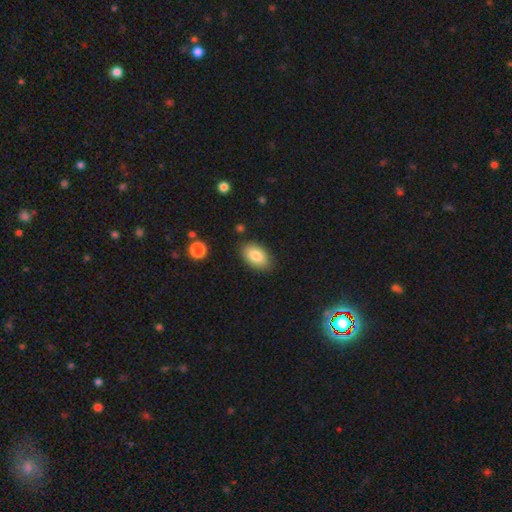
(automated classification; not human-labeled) This is clearly a smooth galaxy (84%). How rounded: clearly in between (91%). Merging: clearly none (85%).